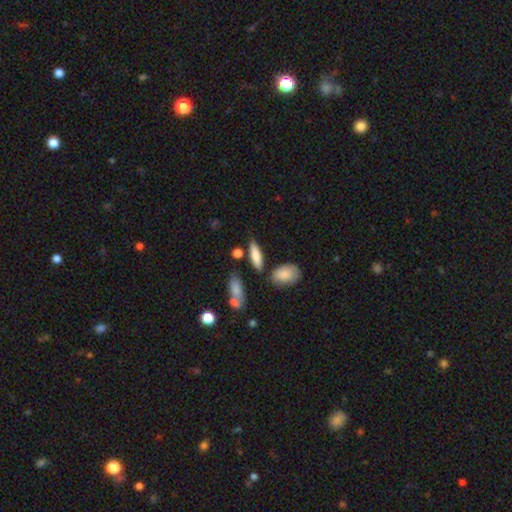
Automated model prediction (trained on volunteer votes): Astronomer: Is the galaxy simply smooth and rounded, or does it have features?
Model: smooth — 79%.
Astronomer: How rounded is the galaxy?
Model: in between — 49% (runner-up: cigar-shaped, 48%).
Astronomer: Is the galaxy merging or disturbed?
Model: none — 75%.